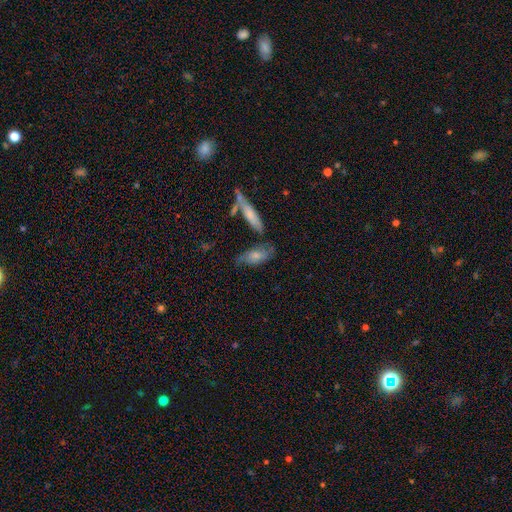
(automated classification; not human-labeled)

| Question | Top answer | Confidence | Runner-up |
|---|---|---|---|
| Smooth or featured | smooth | 60% | featured or disk (32%) |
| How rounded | in between | 76% | cigar-shaped (21%) |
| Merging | none | 49% | minor disturbance (28%) |